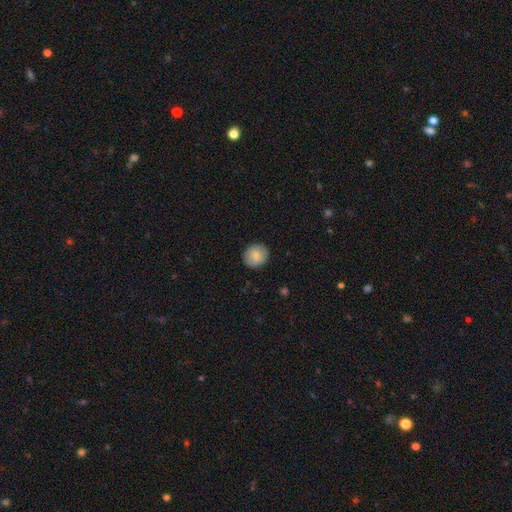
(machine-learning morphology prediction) This appears to be a smooth galaxy with no disk features (83%) that is round (78%). Merging: none (89%).